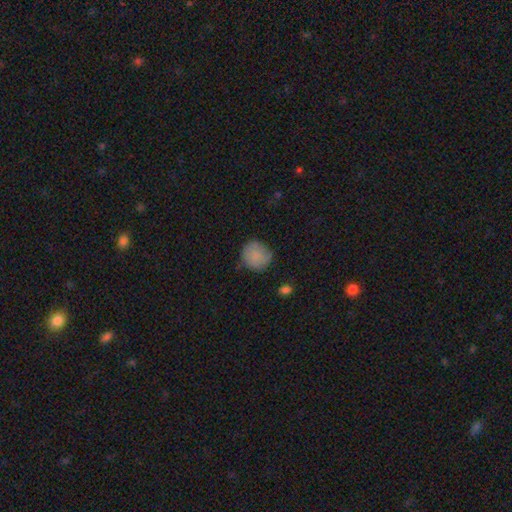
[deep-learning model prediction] Q: Smooth or featured?
A: smooth (80%); runner-up: featured or disk (12%)
Q: How rounded?
A: round (88%); runner-up: in between (11%)
Q: Merging?
A: none (69%); runner-up: minor disturbance (24%)